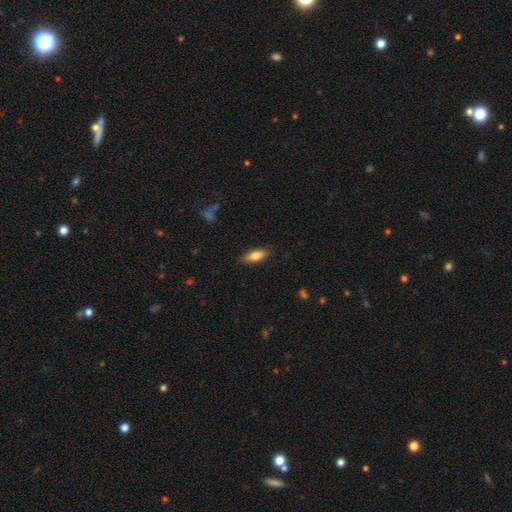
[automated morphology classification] smooth 76%, featured or disk 17%, star or artifact 7%. Down the decision tree: how rounded — in between (75%); merging — none (87%).